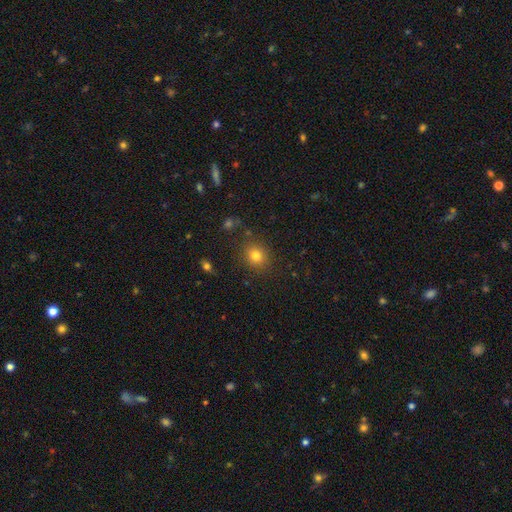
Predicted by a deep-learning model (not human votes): A smooth galaxy with no disk features (79%) that is round (72%).

Vote fractions:
- Smooth or featured? smooth: 79% / star or artifact: 14% / featured or disk: 7%
- How rounded? round: 72% / in between: 27% / cigar-shaped: 1%
- Merging? none: 85% / minor disturbance: 9% / major disturbance: 3% / merger: 2%